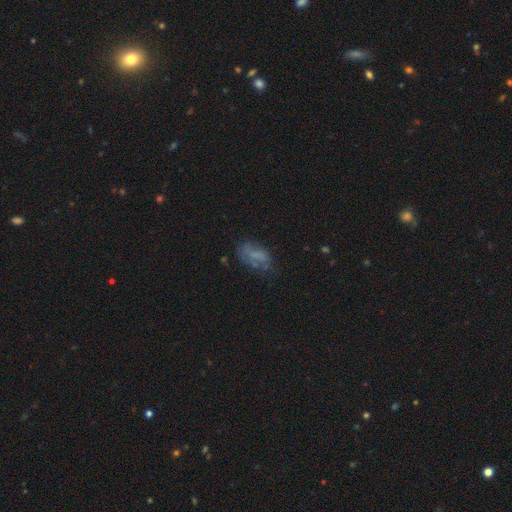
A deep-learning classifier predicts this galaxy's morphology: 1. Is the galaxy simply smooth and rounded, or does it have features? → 55% smooth, 31% featured or disk, 13% star or artifact.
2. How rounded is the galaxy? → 89% in between, 6% round, 5% cigar-shaped.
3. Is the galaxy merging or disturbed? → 50% none, 27% minor disturbance, 19% major disturbance, 4% merger.